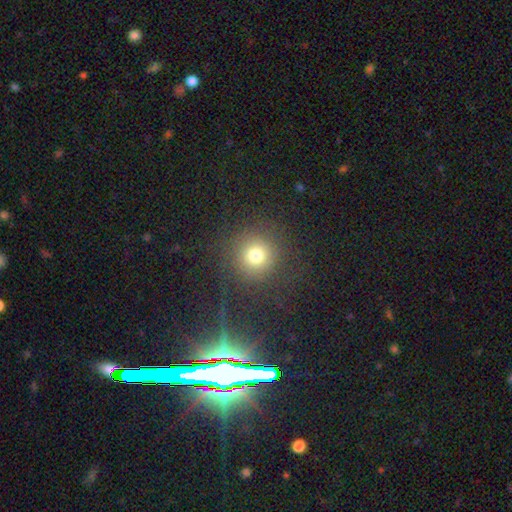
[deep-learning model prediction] Q: Smooth or featured?
A: smooth (74%); runner-up: star or artifact (17%)
Q: How rounded?
A: round (94%); runner-up: in between (5%)
Q: Merging?
A: none (82%); runner-up: major disturbance (8%)